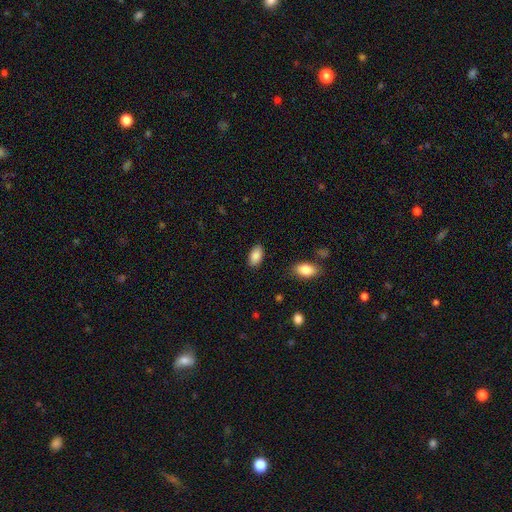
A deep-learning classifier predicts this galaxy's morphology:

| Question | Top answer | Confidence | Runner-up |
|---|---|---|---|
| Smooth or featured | smooth | 89% | star or artifact (7%) |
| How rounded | in between | 94% | round (4%) |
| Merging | none | 86% | minor disturbance (10%) |